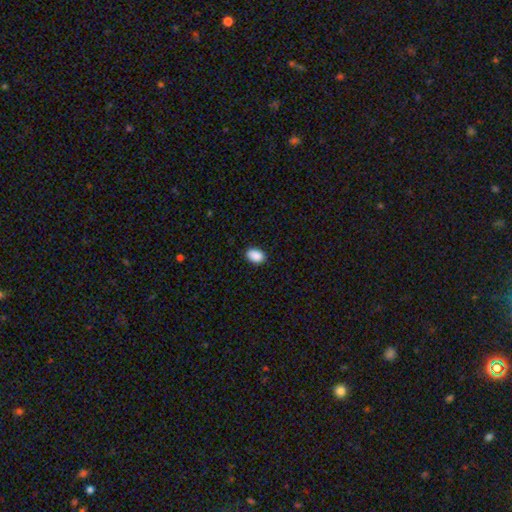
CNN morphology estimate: Overall: smooth (89%). How rounded: in between (80%). Merging: none (86%).